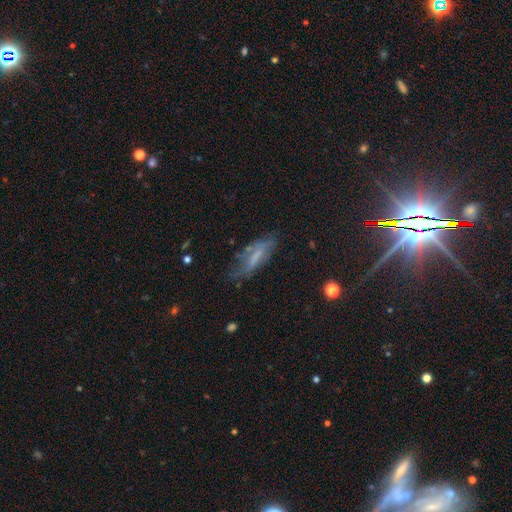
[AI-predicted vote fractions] Q: Smooth or featured?
A: smooth (43%); tied with: featured or disk (43%)
Q: Merging?
A: none (47%); runner-up: minor disturbance (29%)